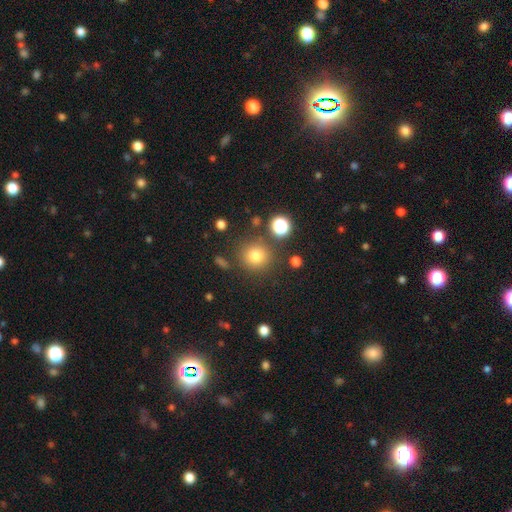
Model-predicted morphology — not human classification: A smooth galaxy with no disk features (77%) that is round (92%).

Vote fractions:
- Smooth or featured? smooth: 77% / star or artifact: 15% / featured or disk: 8%
- How rounded? round: 92% / in between: 7% / cigar-shaped: 1%
- Merging? none: 83% / minor disturbance: 9% / merger: 5% / major disturbance: 4%